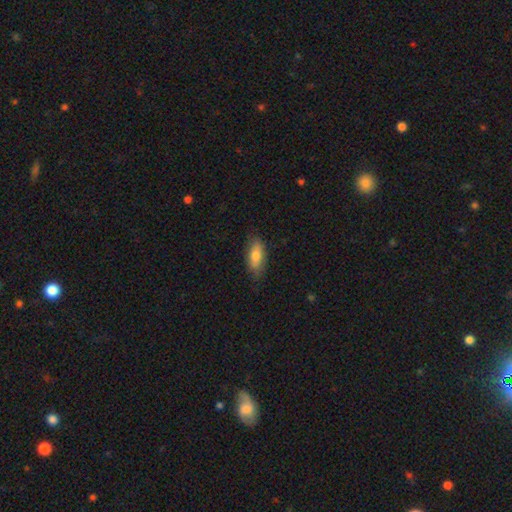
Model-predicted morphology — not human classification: Smooth or featured: smooth — 75% (featured or disk — 18%)
How rounded: in between — 81% (cigar-shaped — 16%)
Merging: none — 76% (minor disturbance — 18%)